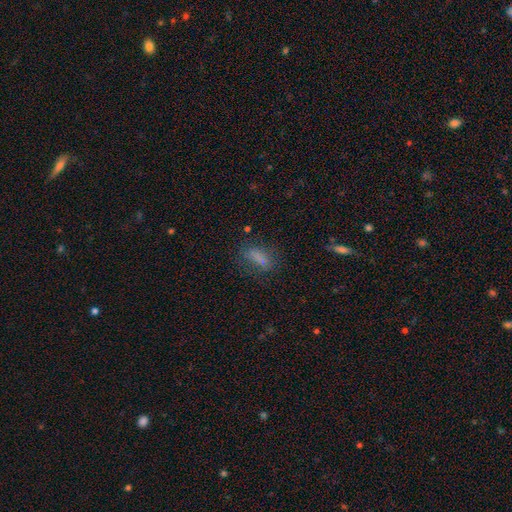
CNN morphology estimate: smooth_or_featured: smooth (p=0.74) [alt: star or artifact p=0.14]
how_rounded: in between (p=0.62) [alt: cigar-shaped p=0.32]
merging: none (p=0.70) [alt: minor disturbance p=0.18]